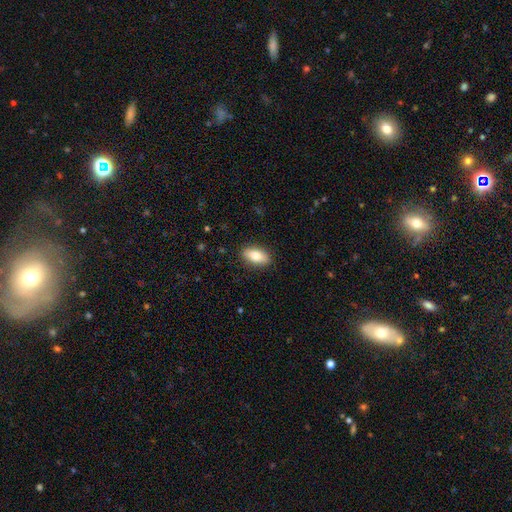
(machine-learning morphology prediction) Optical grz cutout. It shows a smooth galaxy with no disk features (80%) that is in between round and cigar-shaped (88%). Merging: none (88%).